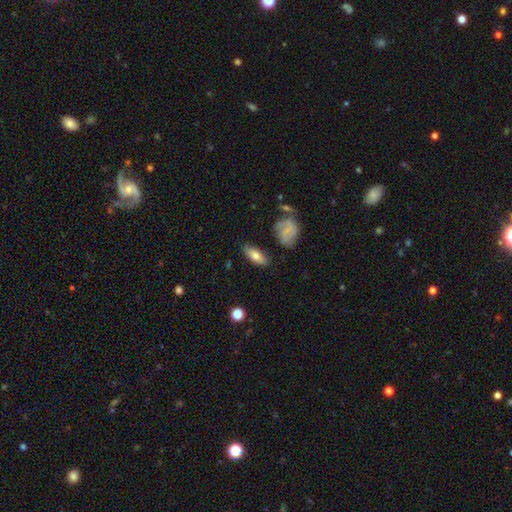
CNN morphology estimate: smooth-or-featured: smooth: 67% | featured or disk: 26% | star or artifact: 7%
  how-rounded: in between: 77% | cigar-shaped: 19% | round: 3%
  merging: none: 77% | minor disturbance: 15% | major disturbance: 4% | merger: 4%